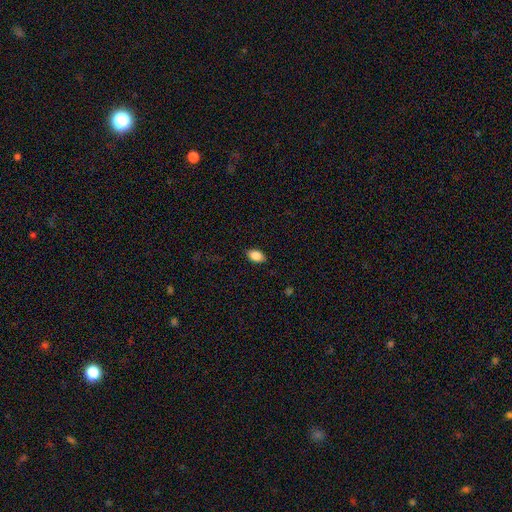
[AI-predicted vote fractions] The model was most divided on "merging": none: 87%, minor disturbance: 10%, major disturbance: 2%, merger: 1%. More confident: how rounded — in between (89%); smooth or featured — smooth (88%).